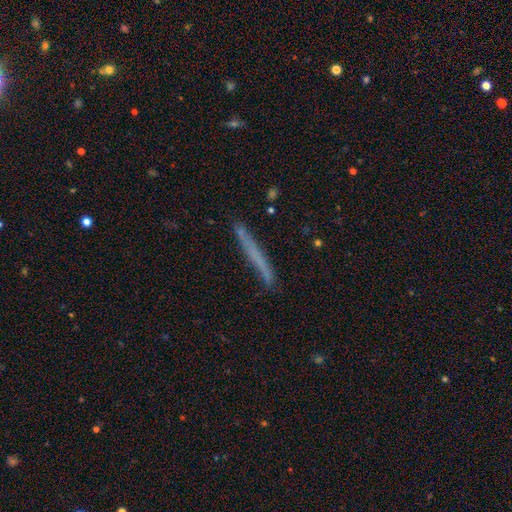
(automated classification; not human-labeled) Smooth or featured?
  - smooth: 56% *
  - featured or disk: 37%
  - star or artifact: 7%
How rounded?
  - cigar-shaped: 97% *
  - in between: 2%
  - round: 1%
Merging?
  - none: 86% *
  - minor disturbance: 10%
  - major disturbance: 2%
  - merger: 1%